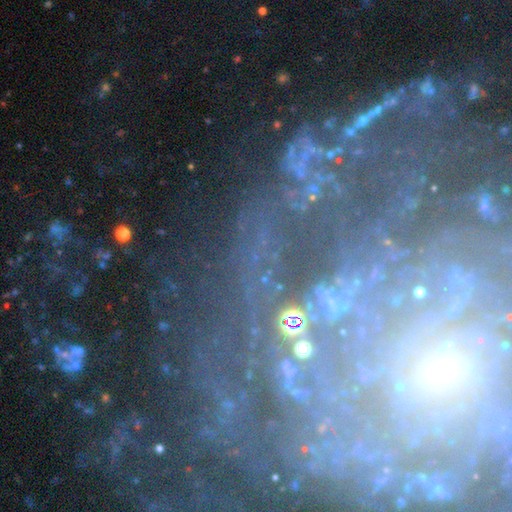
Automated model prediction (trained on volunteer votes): This appears to be a star or artifact, not a galaxy (46%).